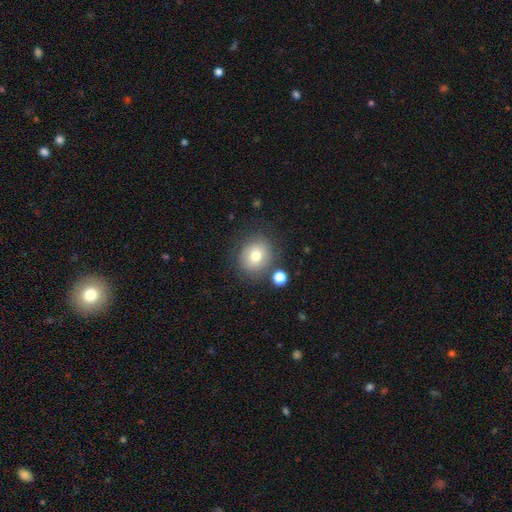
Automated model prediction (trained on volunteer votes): The model was most divided on "how rounded": round: 75%, in between: 24%, cigar-shaped: 1%. More confident: merging — none (75%); smooth or featured — smooth (72%).